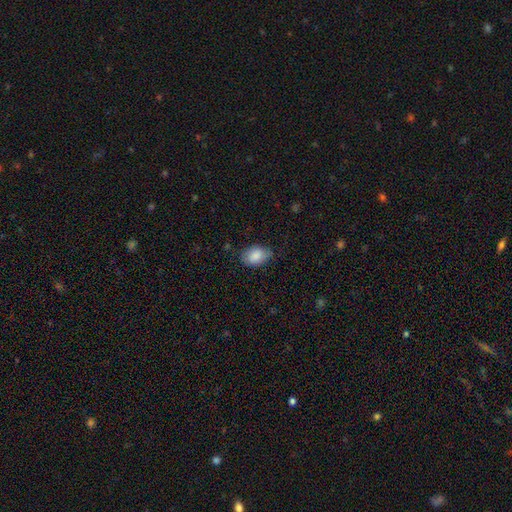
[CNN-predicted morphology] Smooth or featured: smooth — 84% (featured or disk — 9%)
How rounded: in between — 86% (round — 13%)
Merging: none — 70% (minor disturbance — 24%)